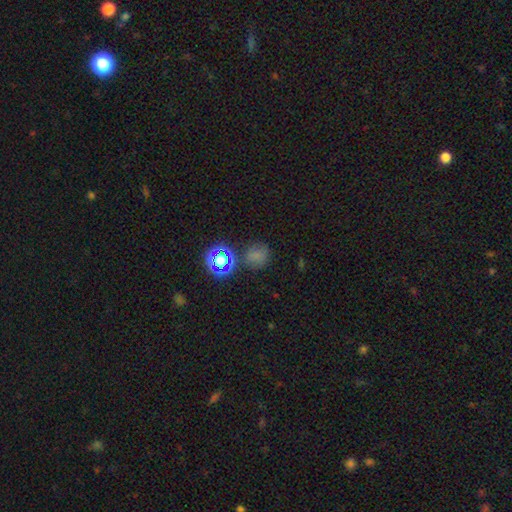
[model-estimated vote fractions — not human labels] The model was most divided on "smooth or featured": smooth: 62%, star or artifact: 31%, featured or disk: 8%. More confident: how rounded — round (76%); merging — none (70%).